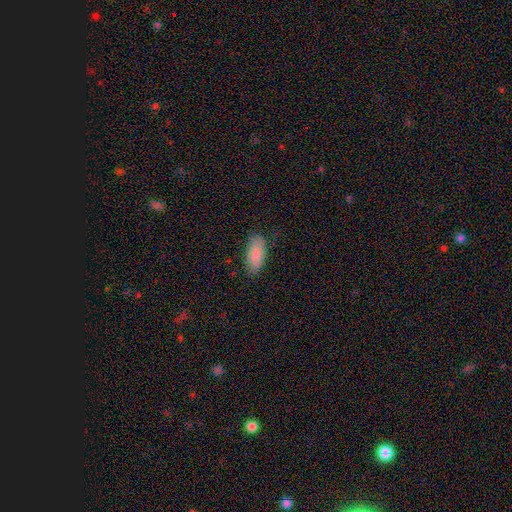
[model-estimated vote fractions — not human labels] A smooth galaxy with no disk features (88%) that is in between round and cigar-shaped (88%).

Vote fractions:
- Smooth or featured? smooth: 88% / star or artifact: 6% / featured or disk: 6%
- How rounded? in between: 88% / cigar-shaped: 11% / round: 2%
- Merging? none: 81% / minor disturbance: 15% / major disturbance: 3% / merger: 1%